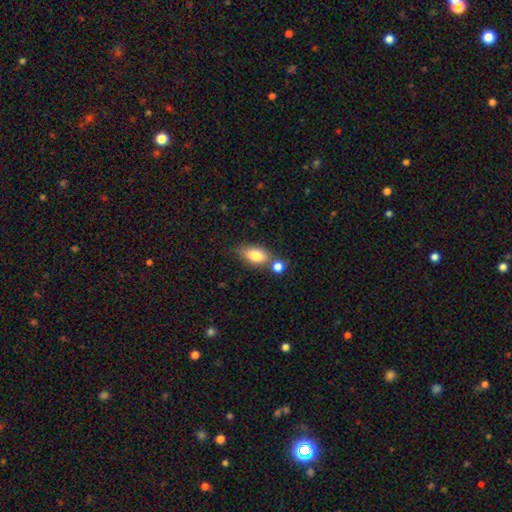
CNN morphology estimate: smooth 80%, featured or disk 12%, star or artifact 8%. Down the decision tree: how rounded — in between (87%); merging — none (52%).